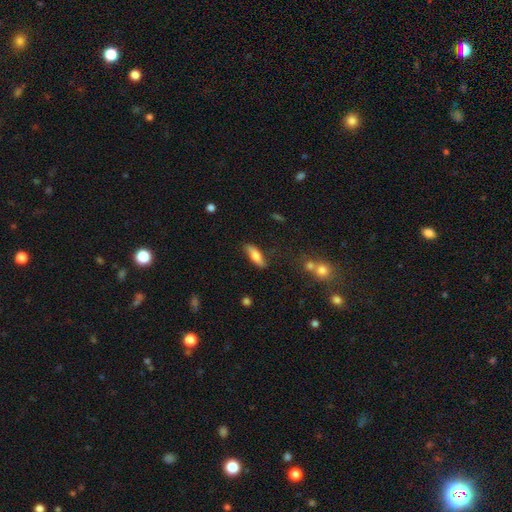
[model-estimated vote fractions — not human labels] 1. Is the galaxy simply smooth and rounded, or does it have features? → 68% smooth, 26% featured or disk, 6% star or artifact.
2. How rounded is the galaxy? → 51% in between, 47% cigar-shaped, 3% round.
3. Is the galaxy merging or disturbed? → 77% none, 16% minor disturbance, 4% major disturbance, 2% merger.